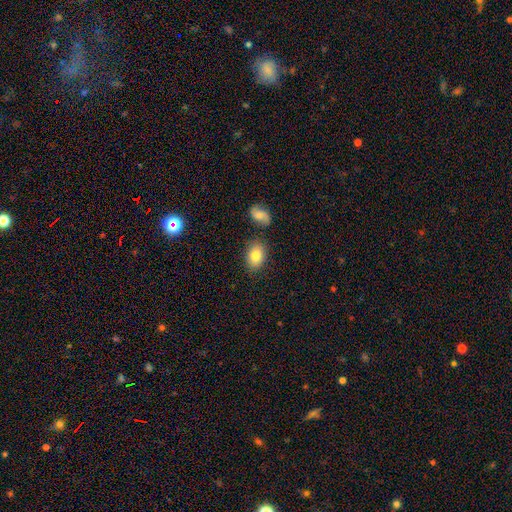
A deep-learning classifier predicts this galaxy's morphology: smooth_or_featured: smooth (p=0.81) [alt: featured or disk p=0.11]
how_rounded: in between (p=0.80) [alt: round p=0.19]
merging: none (p=0.79) [alt: minor disturbance p=0.12]